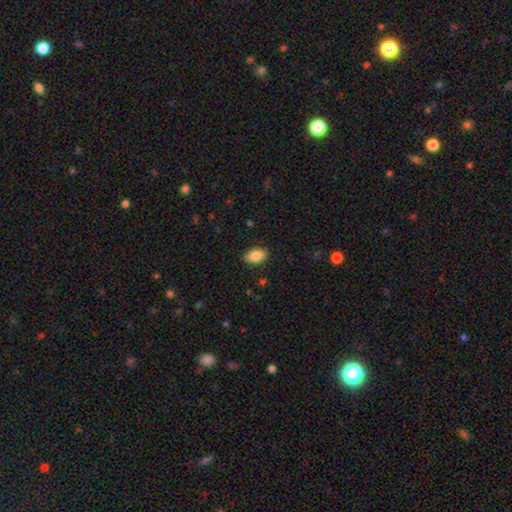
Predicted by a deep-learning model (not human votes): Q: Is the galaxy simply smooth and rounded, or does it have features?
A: smooth — 87%.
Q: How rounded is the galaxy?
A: in between — 91%.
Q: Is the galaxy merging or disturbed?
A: none — 86%.